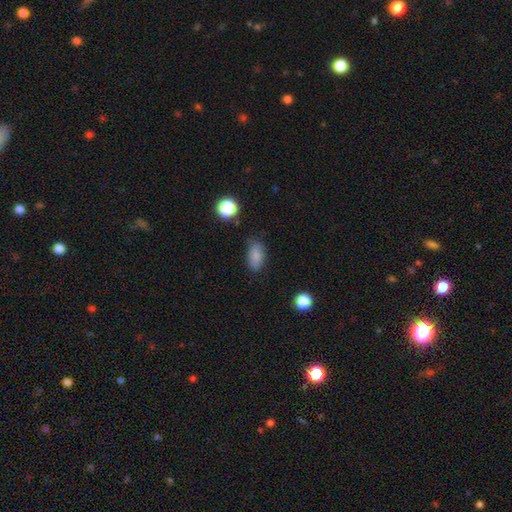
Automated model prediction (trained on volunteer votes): This is clearly a smooth galaxy (83%). How rounded: clearly in between (88%). Merging: likely none (73%).